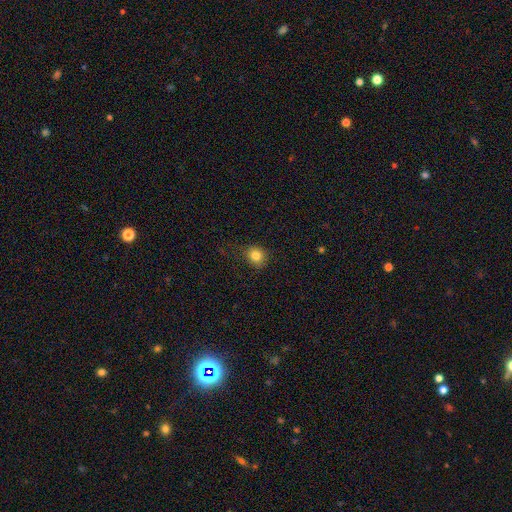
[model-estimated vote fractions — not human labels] This is clearly a smooth galaxy (82%). How rounded: likely round (76%). Merging: clearly none (81%).